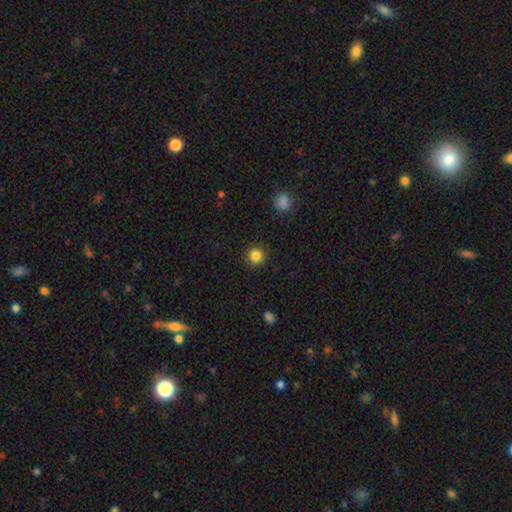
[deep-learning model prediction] Q: Smooth or featured?
A: smooth (85%); runner-up: star or artifact (11%)
Q: How rounded?
A: round (94%); runner-up: in between (5%)
Q: Merging?
A: none (91%); runner-up: minor disturbance (6%)